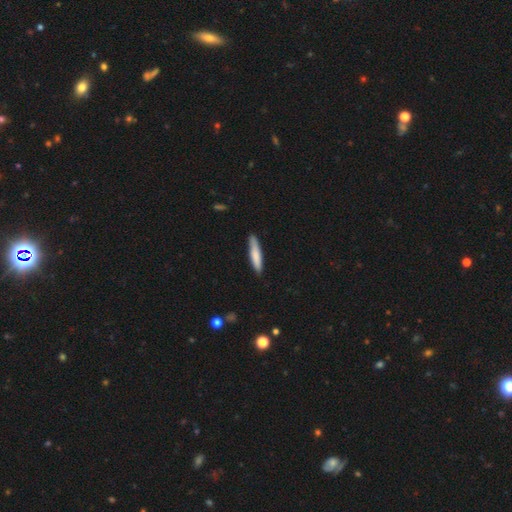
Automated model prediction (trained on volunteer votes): This appears to be a smooth galaxy with no disk features (79%) that is cigar-shaped (88%). Merging: none (85%).